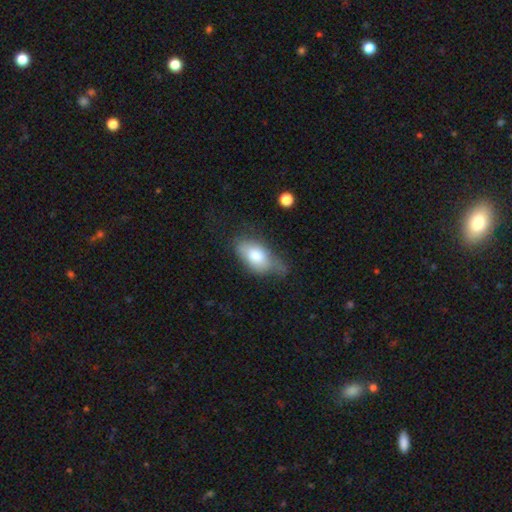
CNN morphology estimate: Overall: smooth (74%). How rounded: in between (91%). Merging: minor disturbance (39%; none 37%).